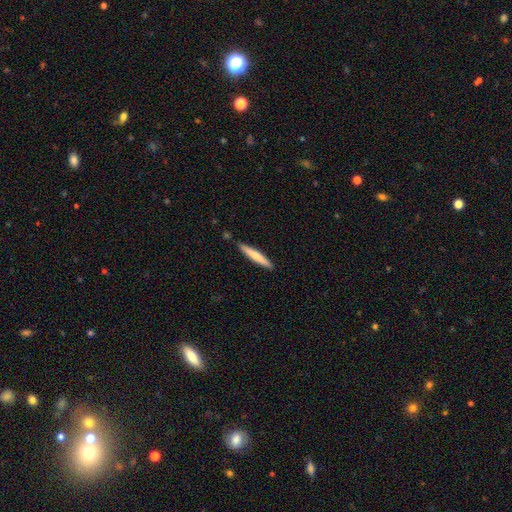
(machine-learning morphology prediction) Smooth or featured: smooth — 68% (featured or disk — 27%)
How rounded: cigar-shaped — 94% (in between — 5%)
Merging: none — 87% (minor disturbance — 9%)